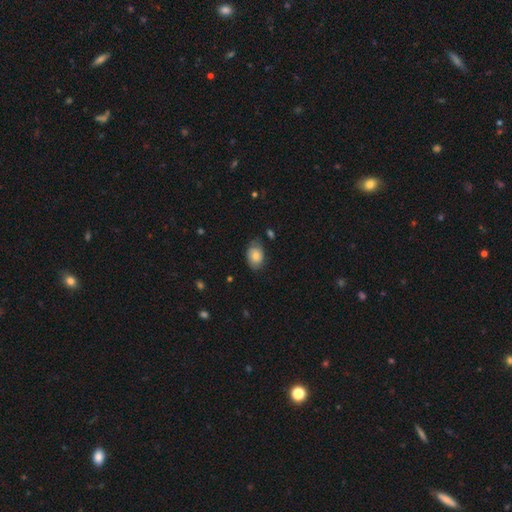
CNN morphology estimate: Smooth or featured: smooth — 70% (featured or disk — 22%)
How rounded: in between — 79% (round — 19%)
Merging: none — 69% (minor disturbance — 24%)